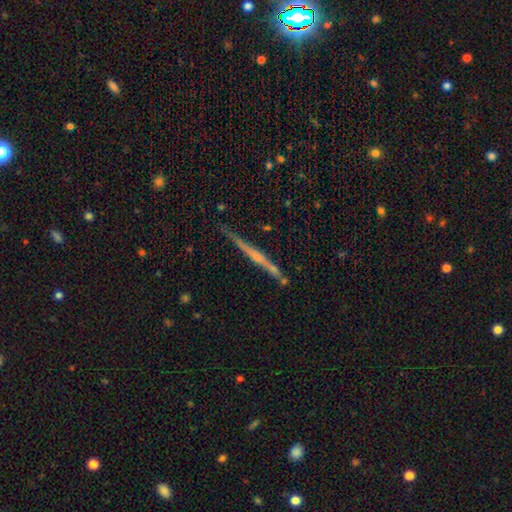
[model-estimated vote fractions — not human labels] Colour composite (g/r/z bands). It shows a featured or disk galaxy (69%) viewed edge-on (97%) with no central bulge (49%). Merging: none (80%).